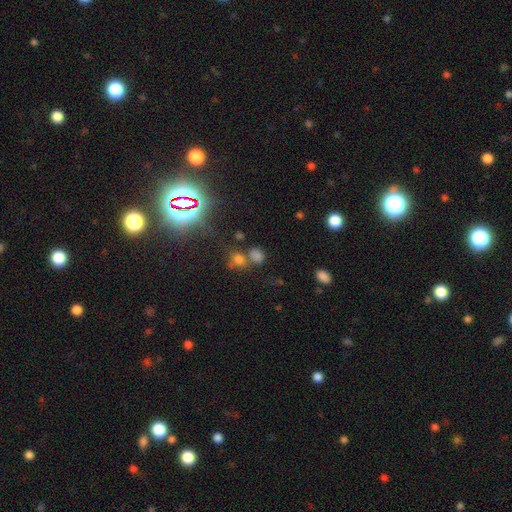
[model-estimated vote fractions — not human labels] Smooth or featured?
  - smooth: 52% *
  - star or artifact: 38%
  - featured or disk: 9%
How rounded?
  - round: 61% *
  - in between: 36%
  - cigar-shaped: 3%
Merging?
  - none: 55% *
  - merger: 28%
  - minor disturbance: 11%
  - major disturbance: 6%